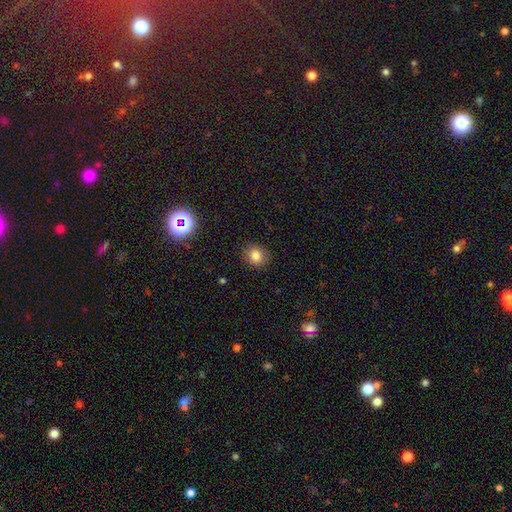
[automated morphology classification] Smooth or featured?
  - smooth: 81% *
  - star or artifact: 13%
  - featured or disk: 6%
How rounded?
  - round: 79% *
  - in between: 20%
  - cigar-shaped: 1%
Merging?
  - none: 89% *
  - minor disturbance: 8%
  - major disturbance: 2%
  - merger: 1%